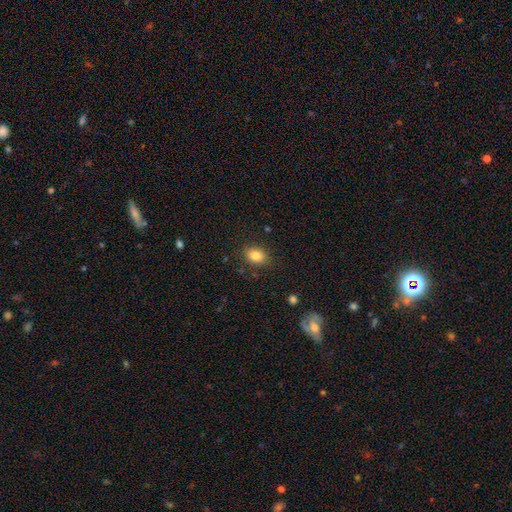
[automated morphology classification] smooth-or-featured: smooth: 83% | star or artifact: 10% | featured or disk: 7%
  how-rounded: in between: 68% | round: 31% | cigar-shaped: 1%
  merging: none: 85% | minor disturbance: 11% | major disturbance: 3% | merger: 1%